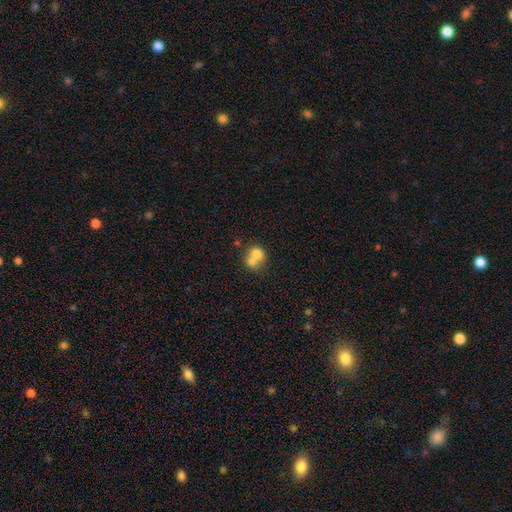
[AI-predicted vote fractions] Overall: smooth (72%). How rounded: round (71%). Merging: merger (66%).